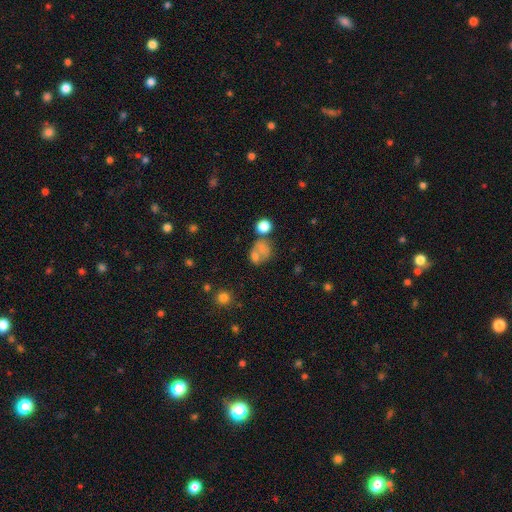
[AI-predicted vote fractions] smooth 58%, star or artifact 23%, featured or disk 20%. Down the decision tree: how rounded — round (55%); merging — none (40%).